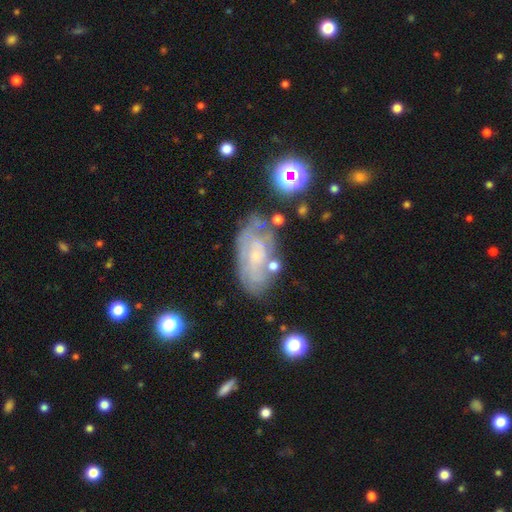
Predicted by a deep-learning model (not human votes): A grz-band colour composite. It shows a featured or disk galaxy (71%) with no bar (70%), tight (61%) spiral arms (79%) and a small central bulge (72%). Merging: none (61%).